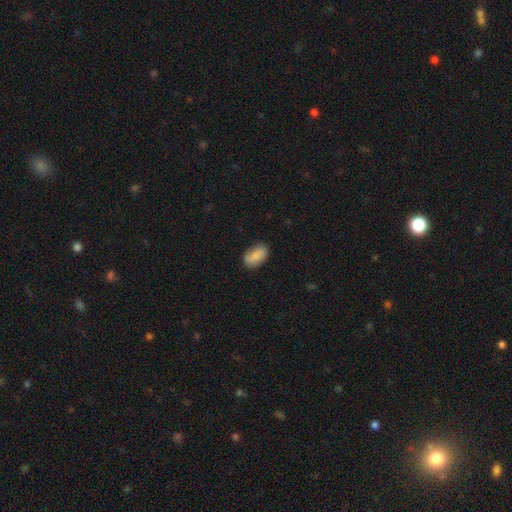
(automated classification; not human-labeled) Q: Smooth or featured?
A: smooth (86%); runner-up: featured or disk (7%)
Q: How rounded?
A: in between (92%); runner-up: round (5%)
Q: Merging?
A: none (80%); runner-up: minor disturbance (15%)